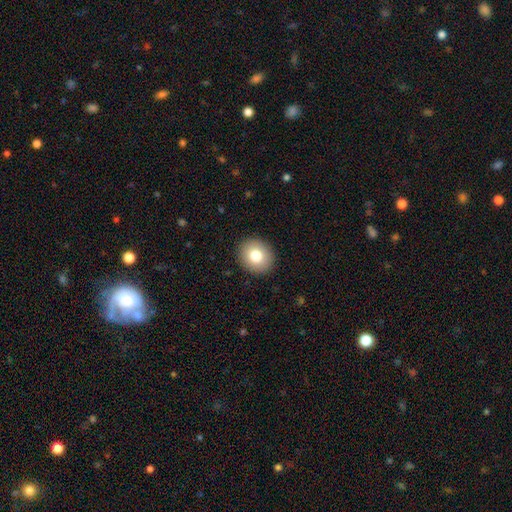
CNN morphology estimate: smooth-or-featured: smooth: 79% | featured or disk: 11% | star or artifact: 10%
  how-rounded: round: 75% | in between: 24% | cigar-shaped: 1%
  merging: none: 91% | minor disturbance: 6% | major disturbance: 2% | merger: 1%